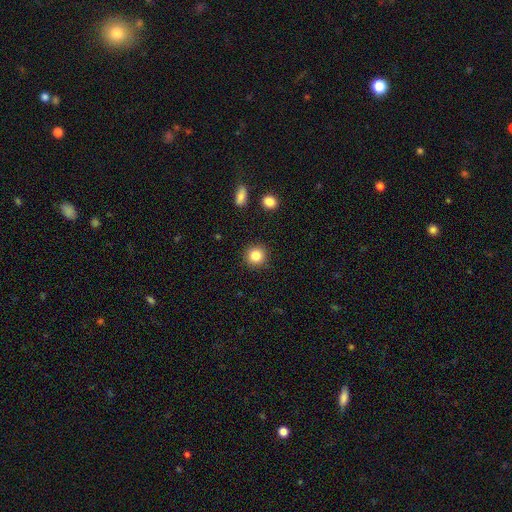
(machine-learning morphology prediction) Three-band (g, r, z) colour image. It shows a smooth galaxy with no disk features (85%) that is round (93%). Merging: none (90%).